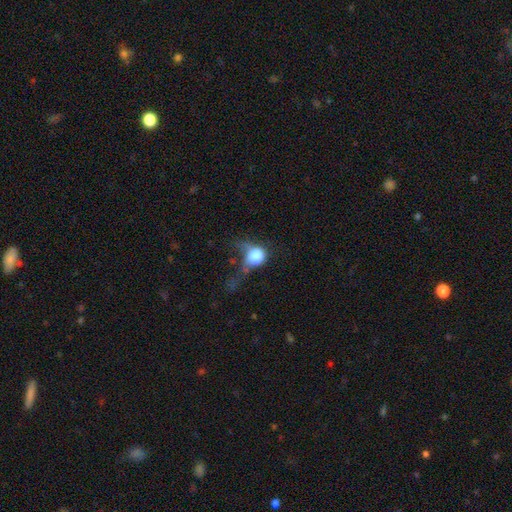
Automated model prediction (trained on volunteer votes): A smooth galaxy with no disk features (71%) that is round (59%).

Vote fractions:
- Smooth or featured? smooth: 71% / featured or disk: 19% / star or artifact: 10%
- How rounded? round: 59% / in between: 39% / cigar-shaped: 2%
- Merging? major disturbance: 48% / minor disturbance: 23% / none: 20% / merger: 9%